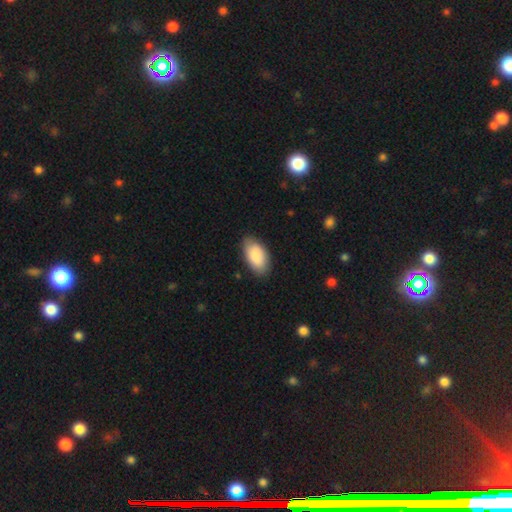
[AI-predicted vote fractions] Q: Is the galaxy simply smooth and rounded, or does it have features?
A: smooth — 88%.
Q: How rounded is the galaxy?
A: in between — 95%.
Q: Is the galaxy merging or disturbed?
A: none — 83%.